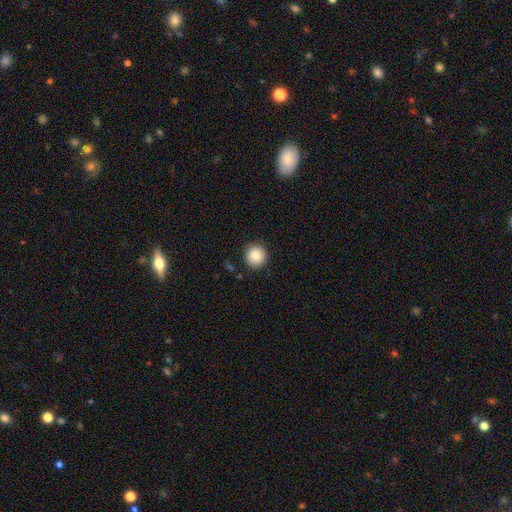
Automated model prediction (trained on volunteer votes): This is clearly a smooth galaxy (86%). How rounded: clearly round (93%). Merging: clearly none (89%).